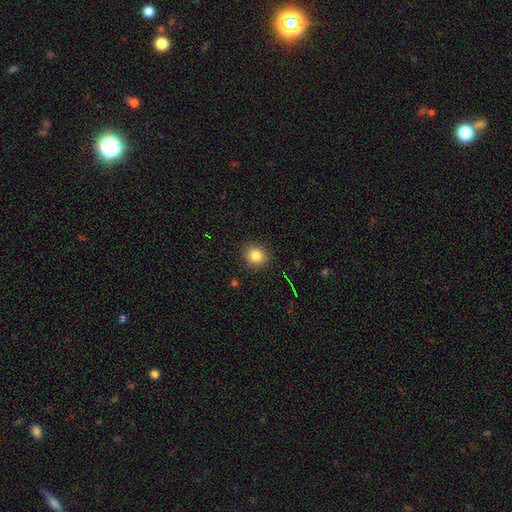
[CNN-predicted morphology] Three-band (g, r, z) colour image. It shows a smooth galaxy with no disk features (83%) that is round (87%). Merging: none (90%).